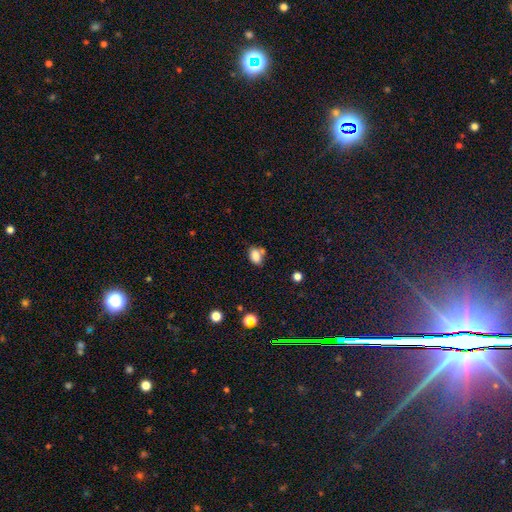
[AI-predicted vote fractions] A smooth galaxy with no disk features (82%) that is in between round and cigar-shaped (79%).

Vote fractions:
- Smooth or featured? smooth: 82% / star or artifact: 11% / featured or disk: 7%
- How rounded? in between: 79% / round: 20% / cigar-shaped: 1%
- Merging? none: 54% / minor disturbance: 20% / merger: 20% / major disturbance: 6%